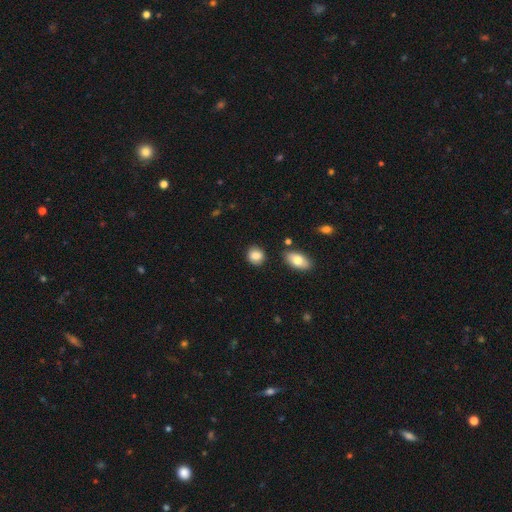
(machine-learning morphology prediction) This appears to be a smooth galaxy with no disk features (85%) that is round (69%). Merging: none (84%).